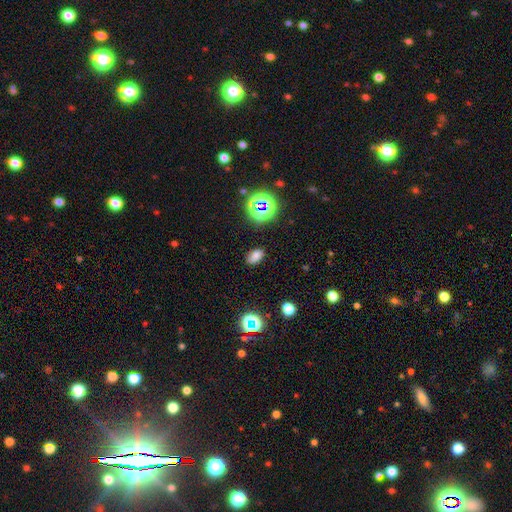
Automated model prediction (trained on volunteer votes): The model was most divided on "smooth or featured": smooth: 71%, star or artifact: 21%, featured or disk: 8%. More confident: how rounded — in between (88%); merging — none (83%).